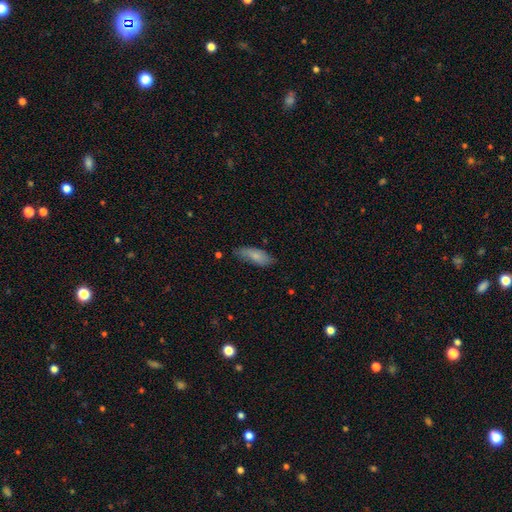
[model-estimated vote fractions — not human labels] smooth-or-featured: smooth: 79% | featured or disk: 14% | star or artifact: 6%
  how-rounded: in between: 66% | cigar-shaped: 32% | round: 2%
  merging: none: 68% | minor disturbance: 25% | major disturbance: 5% | merger: 2%